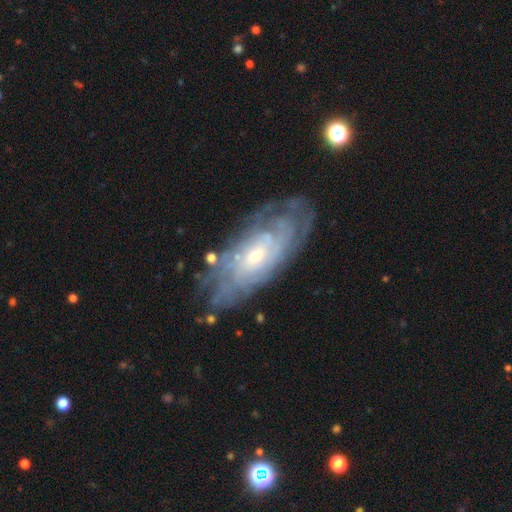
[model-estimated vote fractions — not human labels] Smooth or featured? Predicted: featured or disk (p=0.81). Edge-on disk? Predicted: no (p=0.89). Bar? Predicted: no (p=0.68). Spiral arms? Predicted: yes (p=0.88). Spiral winding? Predicted: tight (p=0.76). Spiral arm count? Predicted: can't tell (p=0.63). Bulge size? Predicted: small (p=0.57). Merging? Predicted: none (p=0.74).